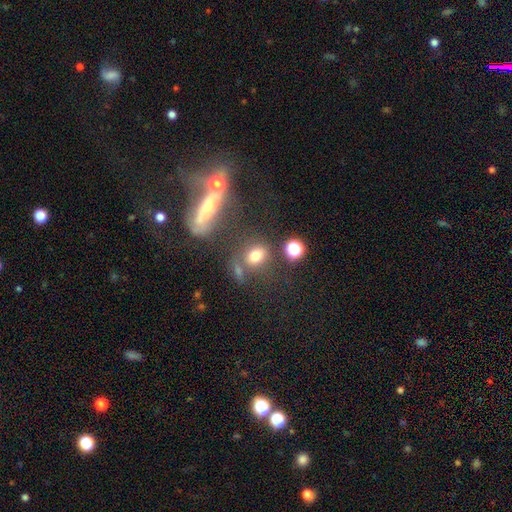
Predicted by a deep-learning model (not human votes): Smooth or featured?
  - smooth: 72% *
  - star or artifact: 16%
  - featured or disk: 12%
How rounded?
  - in between: 54% *
  - round: 43%
  - cigar-shaped: 3%
Merging?
  - none: 62% *
  - merger: 16%
  - minor disturbance: 15%
  - major disturbance: 7%